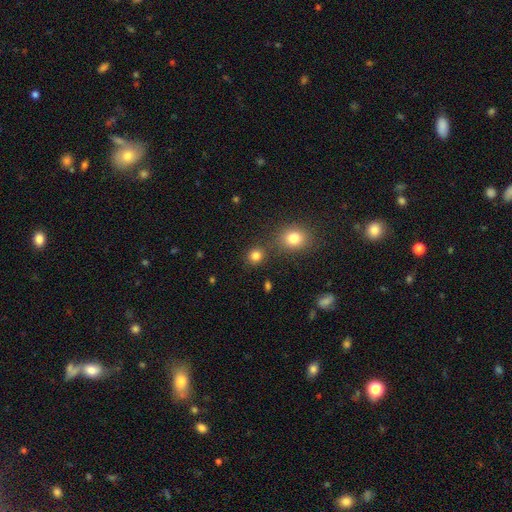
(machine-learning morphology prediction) smooth 82%, star or artifact 13%, featured or disk 5%. Down the decision tree: how rounded — round (86%); merging — none (78%).